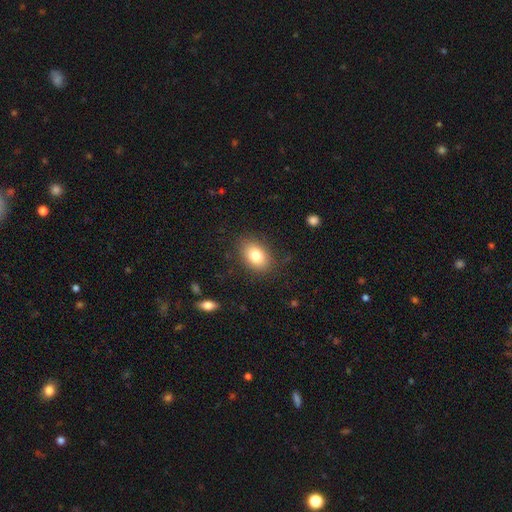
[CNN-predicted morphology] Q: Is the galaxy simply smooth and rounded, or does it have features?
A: smooth — 81%.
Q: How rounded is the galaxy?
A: in between — 80%.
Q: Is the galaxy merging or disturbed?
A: none — 84%.